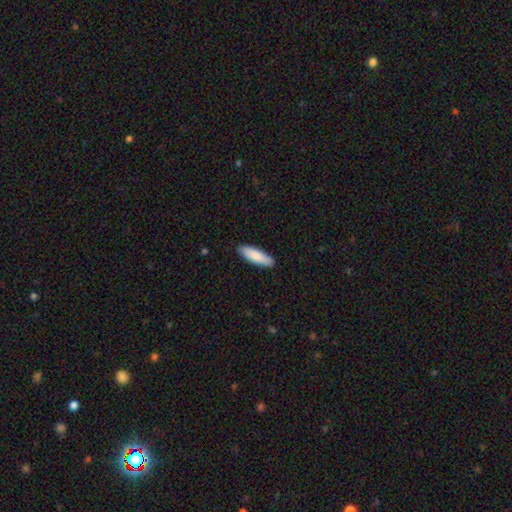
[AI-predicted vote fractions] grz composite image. It shows a smooth galaxy with no disk features (86%) that is cigar-shaped (53%). Merging: none (89%).